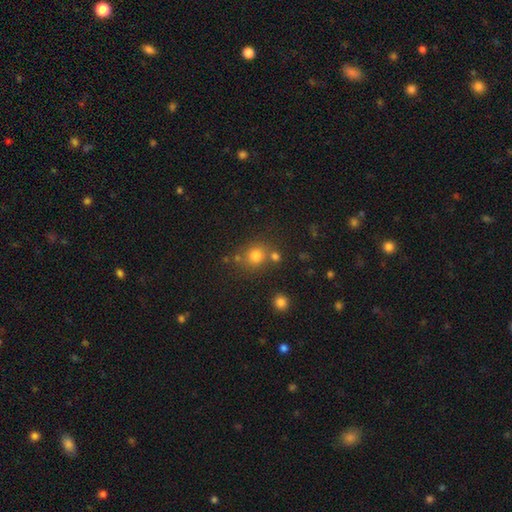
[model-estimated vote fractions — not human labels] A smooth galaxy with no disk features (78%) that is round (81%).

Vote fractions:
- Smooth or featured? smooth: 78% / star or artifact: 15% / featured or disk: 7%
- How rounded? round: 81% / in between: 18% / cigar-shaped: 1%
- Merging? none: 67% / merger: 18% / minor disturbance: 11% / major disturbance: 4%